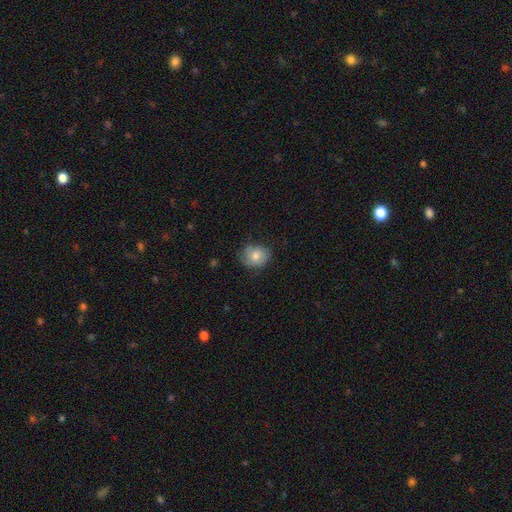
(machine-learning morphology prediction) smooth 68%, featured or disk 24%, star or artifact 8%. Down the decision tree: how rounded — round (70%); merging — none (68%).